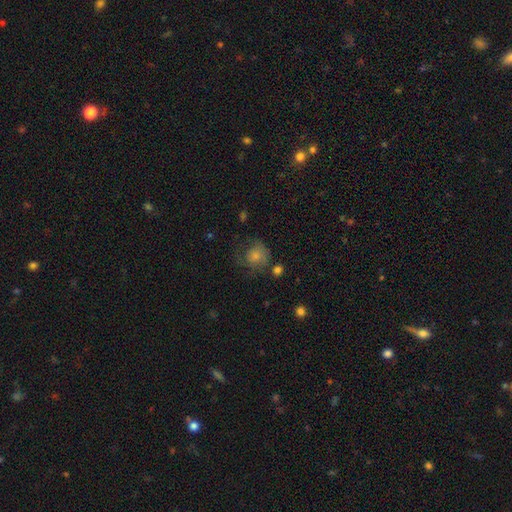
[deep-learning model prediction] A smooth galaxy with no disk features (55%) that is round (82%). Merging: none (58%).